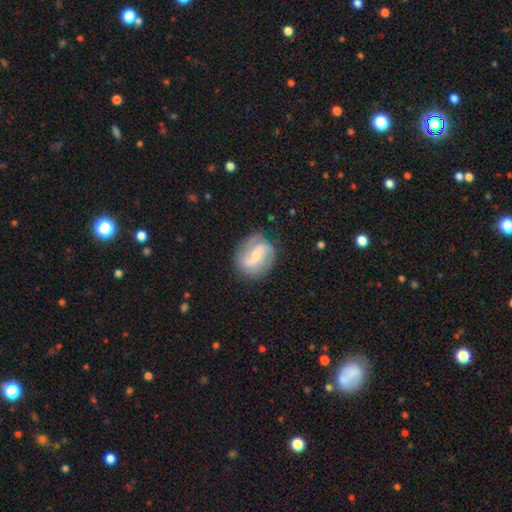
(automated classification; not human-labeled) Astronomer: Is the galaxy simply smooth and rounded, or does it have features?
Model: featured or disk — 79%.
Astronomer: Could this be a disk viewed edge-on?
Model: no — 97%.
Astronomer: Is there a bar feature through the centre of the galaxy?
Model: weak — 43% (runner-up: strong, 31%).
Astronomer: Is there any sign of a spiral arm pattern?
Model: yes — 93%.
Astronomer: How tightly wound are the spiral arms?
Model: medium — 44% (runner-up: loose, 33%).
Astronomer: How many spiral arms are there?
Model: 2 — 76%.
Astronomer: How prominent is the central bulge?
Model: small — 62%.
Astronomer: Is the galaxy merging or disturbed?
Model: none — 77%.